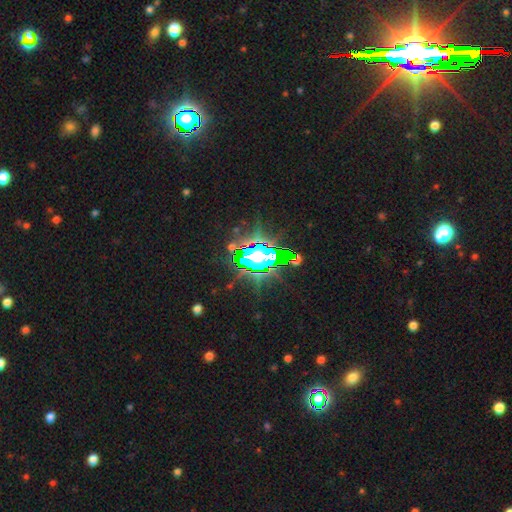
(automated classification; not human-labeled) This appears to be a star or artifact, not a galaxy (70%).